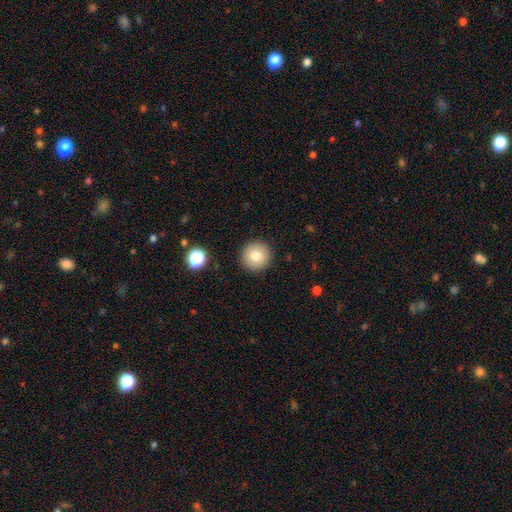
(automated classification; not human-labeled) Smooth or featured? smooth (80%)
How rounded? round (96%)
Merging? none (91%)